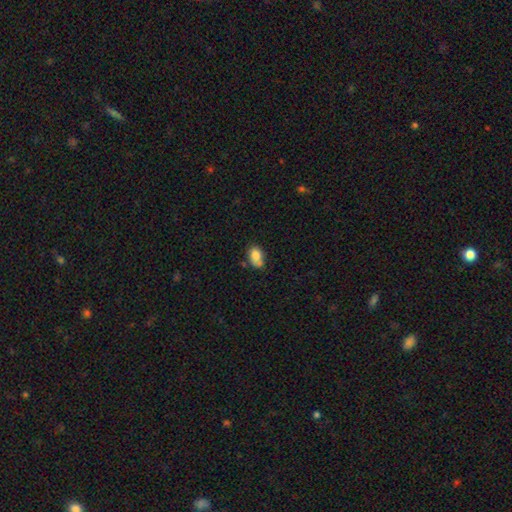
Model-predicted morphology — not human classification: This appears to be a smooth galaxy with no disk features (80%) that is in between round and cigar-shaped (86%). Merging: none (52%).